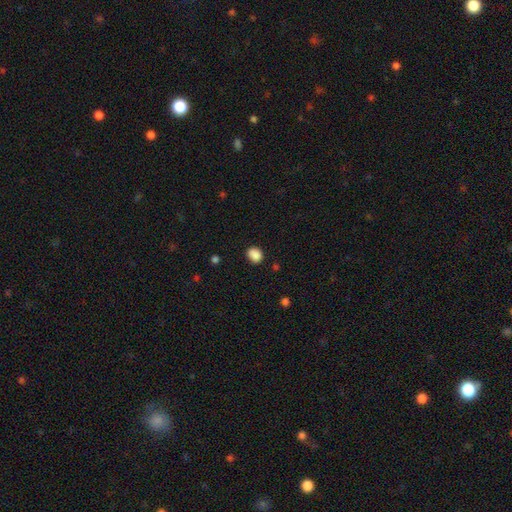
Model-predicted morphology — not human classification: The model was most divided on "how rounded": round: 54%, in between: 46%, cigar-shaped: 1%. More confident: smooth or featured — smooth (87%); merging — none (81%).